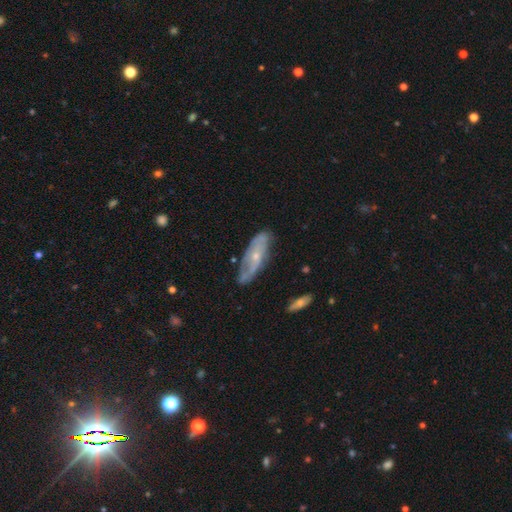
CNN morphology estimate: A featured or disk galaxy (66%) with no bar (70%), spiral arms (72%) and a small central bulge (68%).

Vote fractions:
- Smooth or featured? featured or disk: 66% / smooth: 27% / star or artifact: 7%
- Edge-on disk? no: 79% / yes: 21%
- Bar? no: 70% / weak: 23% / strong: 6%
- Spiral arms? yes: 72% / no: 28%
- Bulge size? small: 68% / moderate: 28% / none: 2% / large: 1% / dominant: 1%
- Merging? none: 64% / minor disturbance: 26% / major disturbance: 8% / merger: 2%